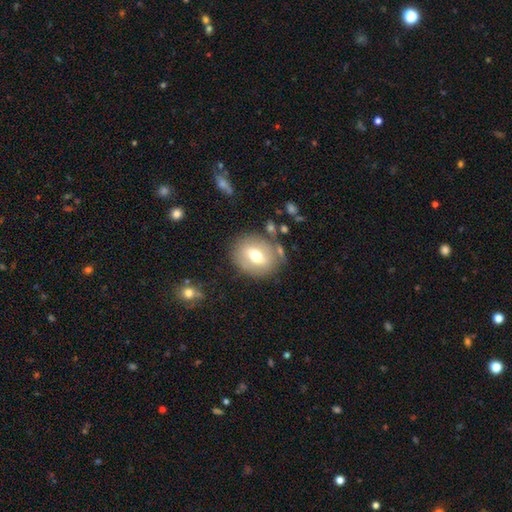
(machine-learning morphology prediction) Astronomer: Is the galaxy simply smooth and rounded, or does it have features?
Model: smooth — 58%.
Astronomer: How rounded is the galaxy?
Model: round — 61% (runner-up: in between, 38%).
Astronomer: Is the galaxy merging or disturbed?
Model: none — 77%.